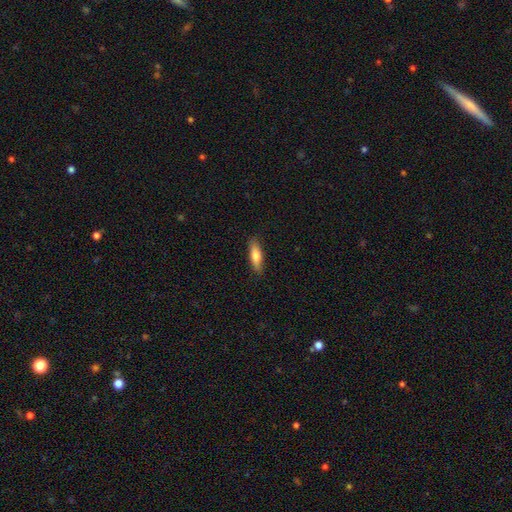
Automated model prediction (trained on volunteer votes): Smooth or featured? Predicted: smooth (p=0.73). How rounded? Predicted: cigar-shaped (p=0.58). Merging? Predicted: none (p=0.86).